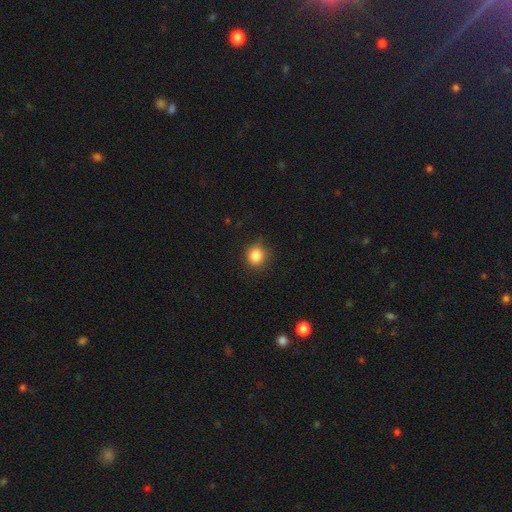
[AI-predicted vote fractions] A smooth galaxy with no disk features (84%) that is round (85%). Merging: none (83%).